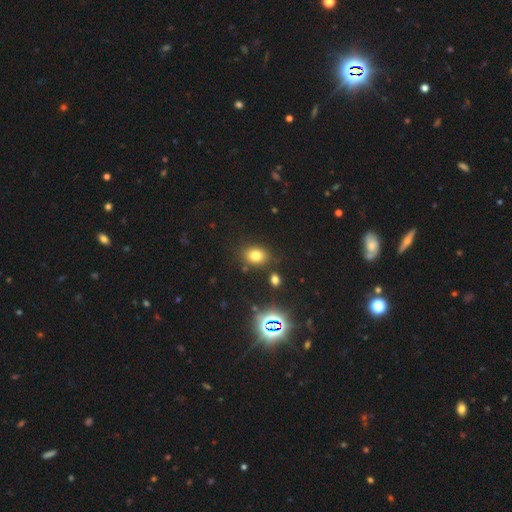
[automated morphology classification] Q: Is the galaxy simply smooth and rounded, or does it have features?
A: smooth — 74%.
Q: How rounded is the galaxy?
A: in between — 55%.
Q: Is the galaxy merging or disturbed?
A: none — 80%.